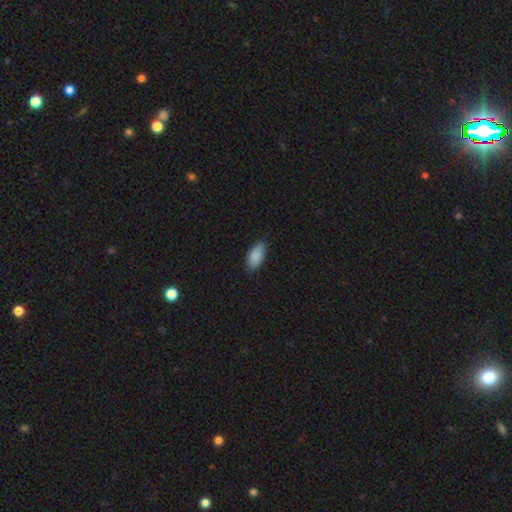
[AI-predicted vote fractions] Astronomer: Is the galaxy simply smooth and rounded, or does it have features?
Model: smooth — 89%.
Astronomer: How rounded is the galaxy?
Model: in between — 90%.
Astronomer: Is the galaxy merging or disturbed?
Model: none — 77%.